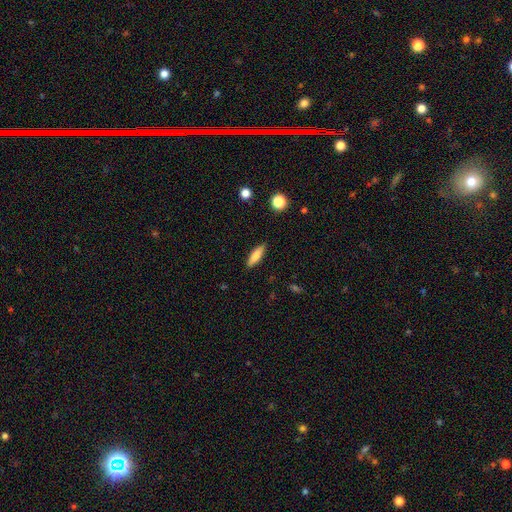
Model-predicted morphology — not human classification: This appears to be a smooth galaxy with no disk features (76%) that is cigar-shaped (57%). Merging: none (88%).